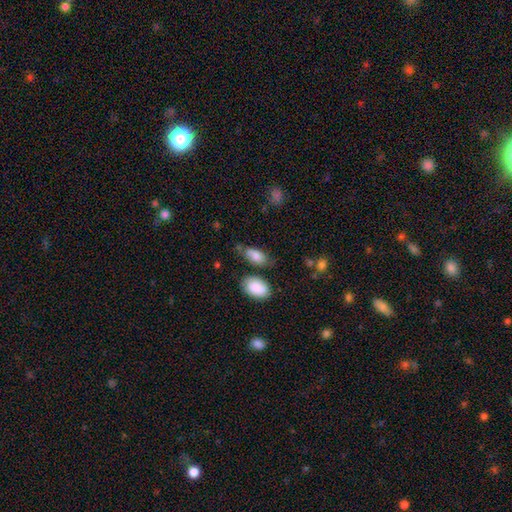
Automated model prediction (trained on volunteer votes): This appears to be a smooth galaxy with no disk features (79%) that is in between round and cigar-shaped (90%). Merging: none (56%).